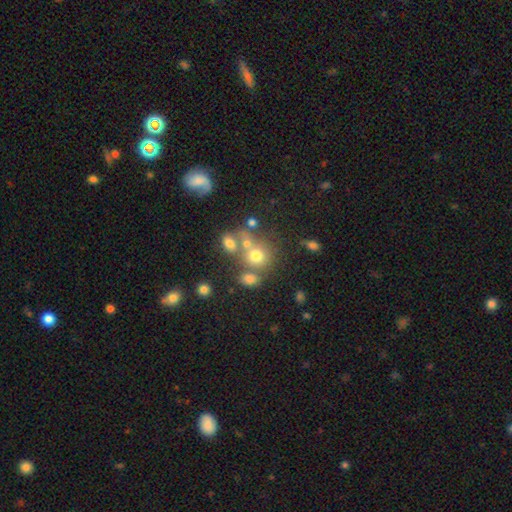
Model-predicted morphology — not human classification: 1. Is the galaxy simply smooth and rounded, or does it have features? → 68% smooth, 17% star or artifact, 15% featured or disk.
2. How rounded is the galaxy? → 77% round, 22% in between, 1% cigar-shaped.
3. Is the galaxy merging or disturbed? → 48% none, 34% merger, 12% minor disturbance, 7% major disturbance.